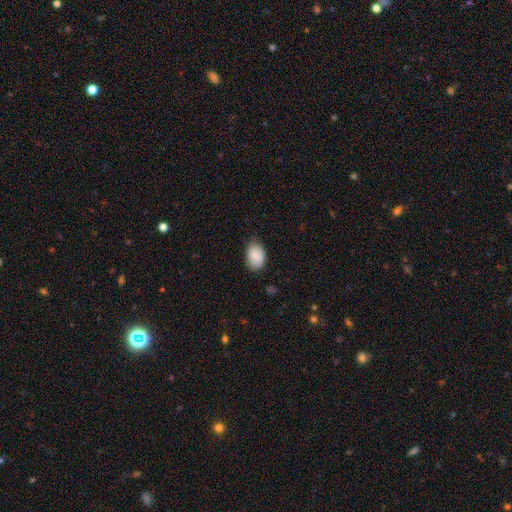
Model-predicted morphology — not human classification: type=smooth (88%); roundness=in between (86%); merging=none (73%).